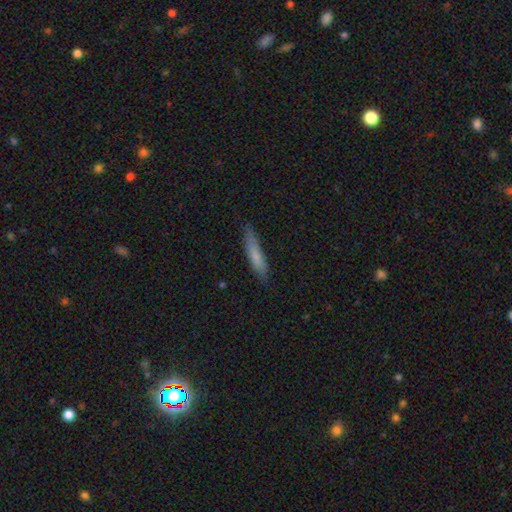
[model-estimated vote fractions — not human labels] Smooth or featured: smooth — 73% (featured or disk — 21%)
How rounded: cigar-shaped — 89% (in between — 10%)
Merging: none — 81% (minor disturbance — 15%)